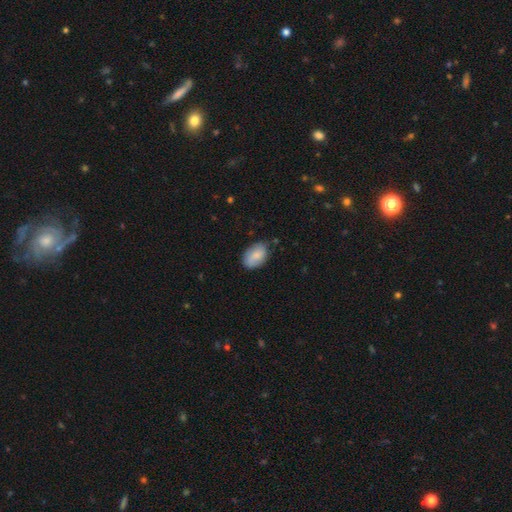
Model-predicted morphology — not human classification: A smooth galaxy with no disk features (82%) that is in between round and cigar-shaped (91%).

Vote fractions:
- Smooth or featured? smooth: 82% / featured or disk: 12% / star or artifact: 6%
- How rounded? in between: 91% / round: 8% / cigar-shaped: 1%
- Merging? none: 73% / minor disturbance: 21% / major disturbance: 4% / merger: 2%